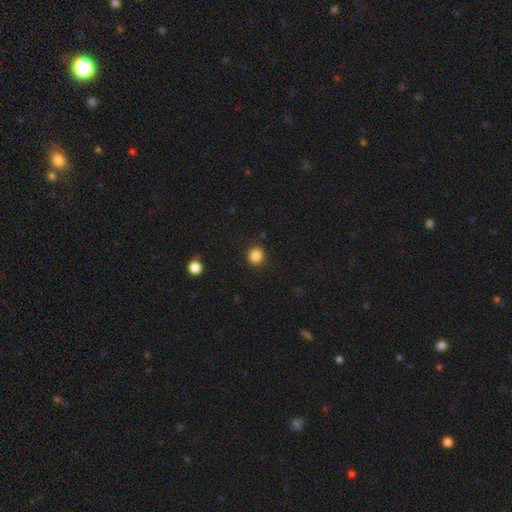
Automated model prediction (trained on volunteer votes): smooth_or_featured: smooth (p=0.85) [alt: star or artifact p=0.11]
how_rounded: round (p=0.94) [alt: in between p=0.06]
merging: none (p=0.91) [alt: minor disturbance p=0.06]